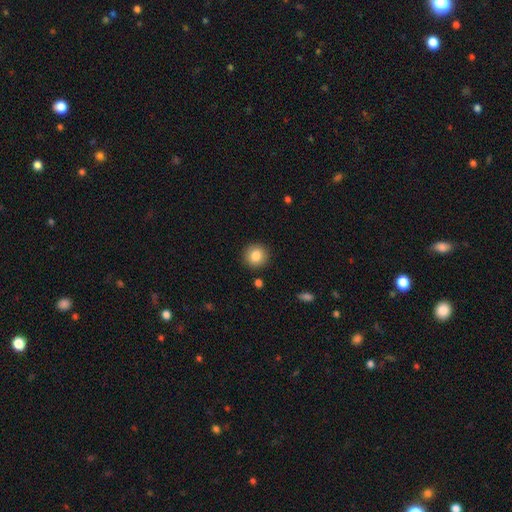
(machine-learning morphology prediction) type=smooth (85%); roundness=round (92%); merging=none (91%).